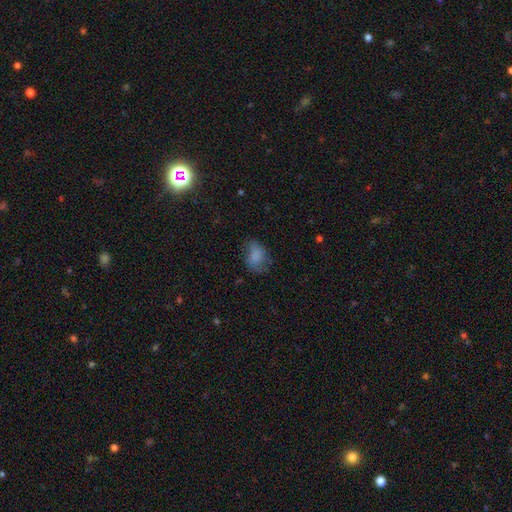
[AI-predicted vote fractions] smooth 74%, featured or disk 16%, star or artifact 11%. Down the decision tree: how rounded — in between (73%); merging — none (48%).